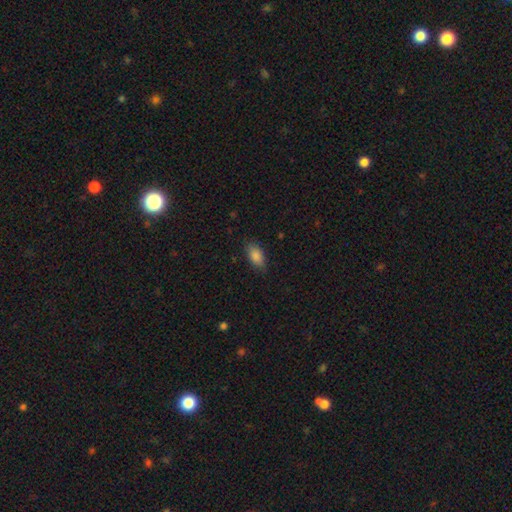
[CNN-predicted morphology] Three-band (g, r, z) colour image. It shows a smooth galaxy with no disk features (86%) that is in between round and cigar-shaped (91%). Merging: none (83%).